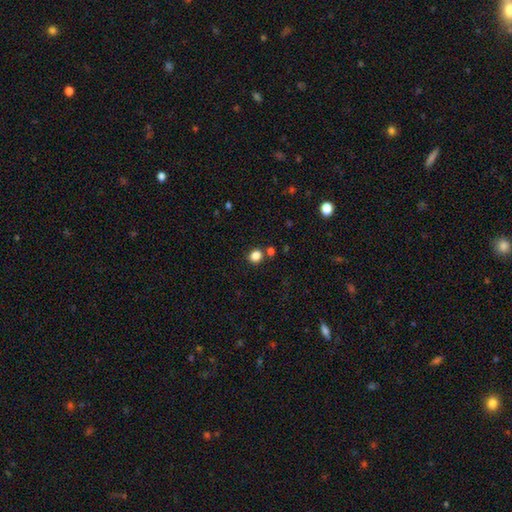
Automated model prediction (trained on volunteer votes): smooth_or_featured: smooth (p=0.84) [alt: star or artifact p=0.12]
how_rounded: round (p=0.76) [alt: in between p=0.24]
merging: none (p=0.78) [alt: merger p=0.11]